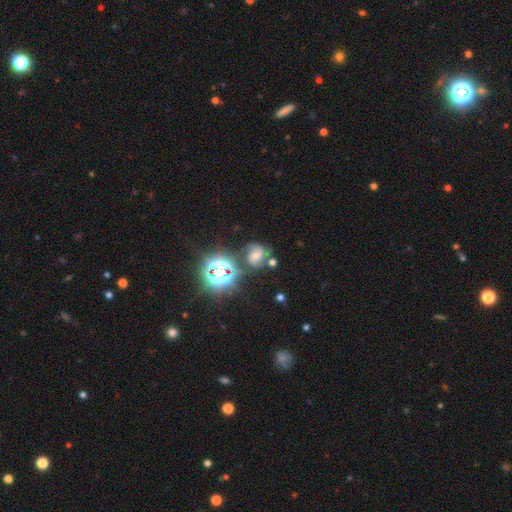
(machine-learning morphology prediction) The model was most divided on "bar": weak: 42%, no: 39%, strong: 20%. More confident: edge-on disk — no (97%); spiral arms — yes (88%); merging — none (65%); bulge size — moderate (54%); smooth or featured — featured or disk (52%).